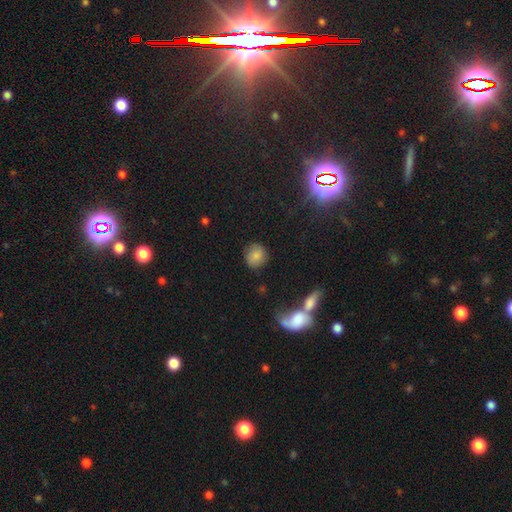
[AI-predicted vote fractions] This is clearly a smooth galaxy (80%). How rounded: clearly round (83%). Merging: clearly none (83%).